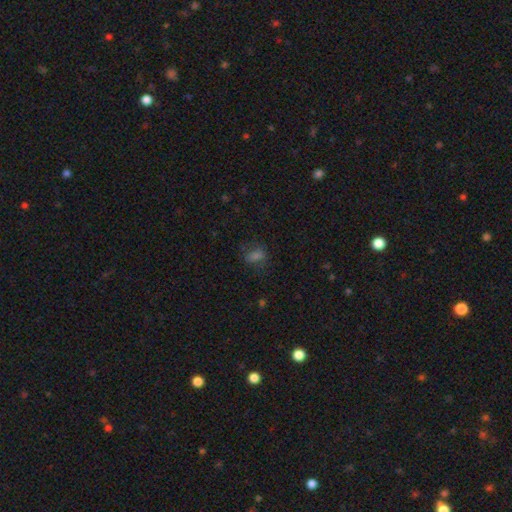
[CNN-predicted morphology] Smooth or featured? Predicted: smooth (p=0.58). How rounded? Predicted: in between (p=0.61). Merging? Predicted: none (p=0.69).